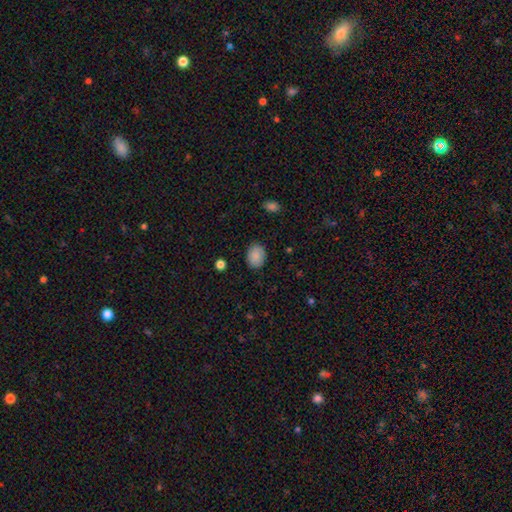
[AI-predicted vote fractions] The model was most divided on "how rounded": in between: 58%, round: 41%, cigar-shaped: 1%. More confident: merging — none (87%); smooth or featured — smooth (86%).